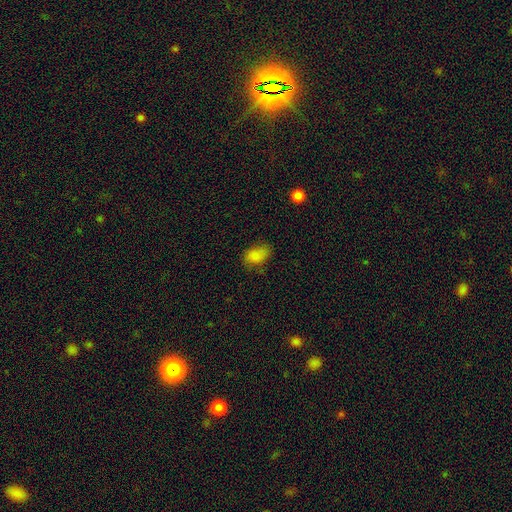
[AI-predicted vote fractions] Morphology: type=smooth (82%); roundness=in between (87%); merging=none (61%).